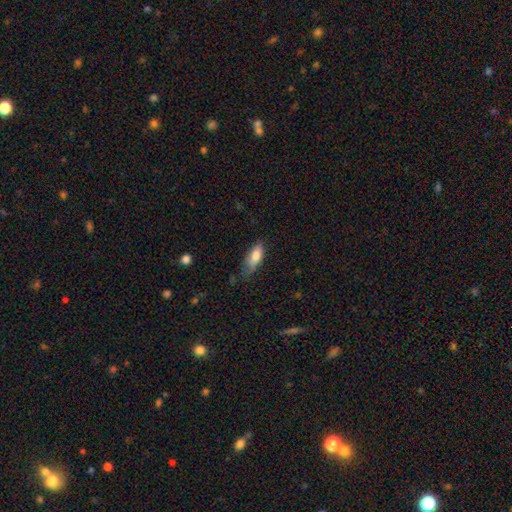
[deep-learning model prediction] Q: Smooth or featured?
A: smooth (78%); runner-up: featured or disk (16%)
Q: How rounded?
A: in between (75%); runner-up: cigar-shaped (22%)
Q: Merging?
A: none (44%); runner-up: minor disturbance (39%)